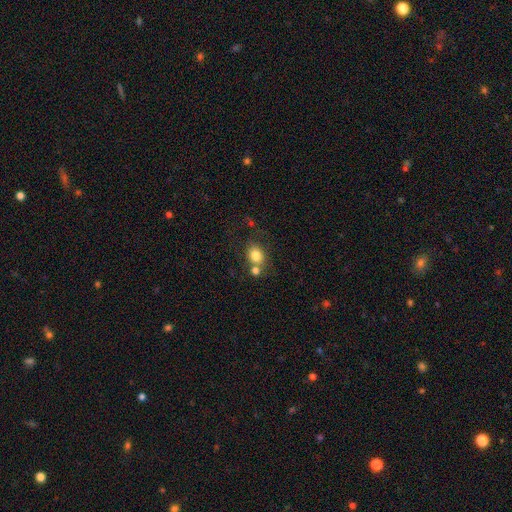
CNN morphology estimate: smooth 80%, star or artifact 11%, featured or disk 10%. Down the decision tree: how rounded — round (57%); merging — none (55%).